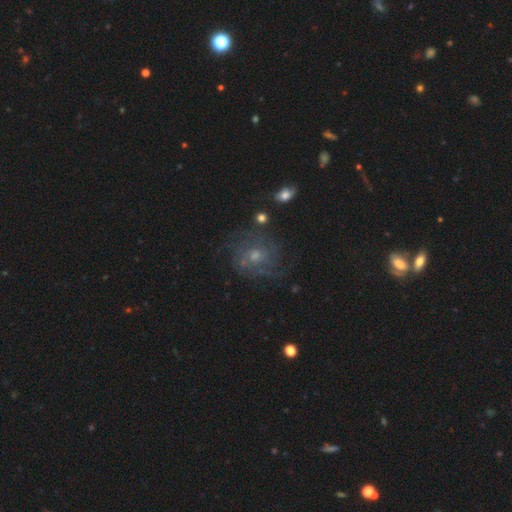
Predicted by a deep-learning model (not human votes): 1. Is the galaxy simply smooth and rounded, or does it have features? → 67% featured or disk, 21% smooth, 12% star or artifact.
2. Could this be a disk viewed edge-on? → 97% no, 3% yes.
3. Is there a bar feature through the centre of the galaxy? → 75% no, 22% weak, 3% strong.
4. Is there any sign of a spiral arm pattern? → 82% yes, 18% no.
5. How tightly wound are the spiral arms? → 49% tight, 36% medium, 15% loose.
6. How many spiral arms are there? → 48% can't tell, 17% 2, 15% 3, 9% 4, 6% more than 4, 6% 1.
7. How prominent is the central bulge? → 46% small, 45% moderate, 4% none, 4% large, 1% dominant.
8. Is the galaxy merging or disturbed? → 66% none, 18% minor disturbance, 13% major disturbance, 3% merger.